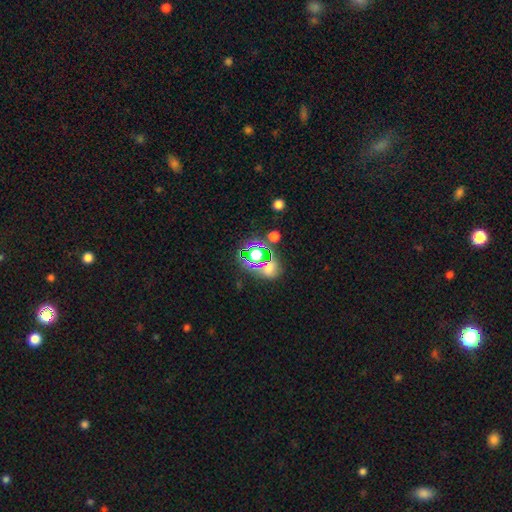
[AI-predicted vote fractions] smooth-or-featured: star or artifact: 51% | smooth: 37% | featured or disk: 13%